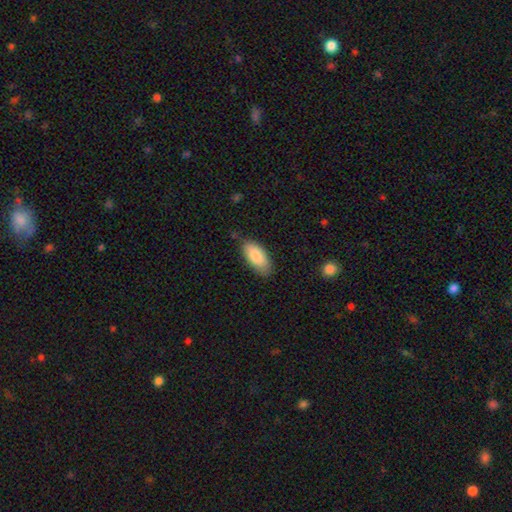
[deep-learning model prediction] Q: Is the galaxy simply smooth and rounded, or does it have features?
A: smooth — 85%.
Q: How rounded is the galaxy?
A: in between — 88%.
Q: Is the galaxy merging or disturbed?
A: none — 75%.